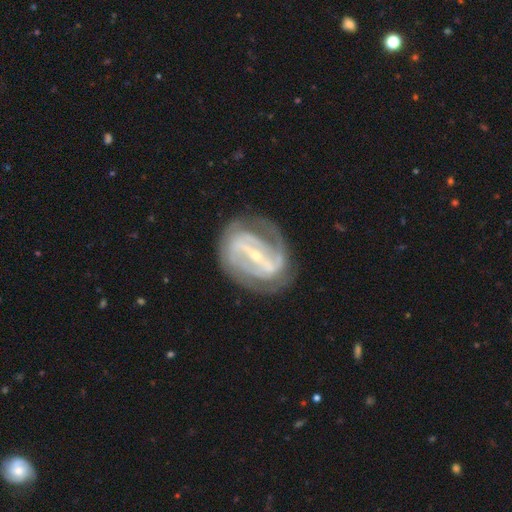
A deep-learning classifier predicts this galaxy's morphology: smooth-or-featured: featured or disk: 89% | smooth: 6% | star or artifact: 5%
  disk-edge-on: no: 95% | yes: 5%
    bar: strong: 77% | weak: 18% | no: 5%
    has-spiral-arms: yes: 92% | no: 8%
      spiral-winding: tight: 52% | medium: 36% | loose: 12%
      spiral-arm-count: 2: 63% | can't tell: 17% | 3: 10% | 4: 4% | 1: 4% | more than 4: 3%
    bulge-size: small: 72% | moderate: 24% | large: 2% | none: 1% | dominant: 1%
  merging: none: 73% | minor disturbance: 17% | major disturbance: 9% | merger: 2%